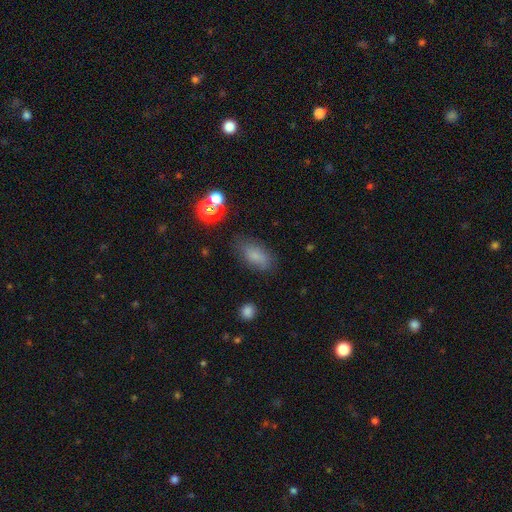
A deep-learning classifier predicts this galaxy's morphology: smooth 79%, star or artifact 11%, featured or disk 9%. Down the decision tree: how rounded — in between (86%); merging — none (72%).